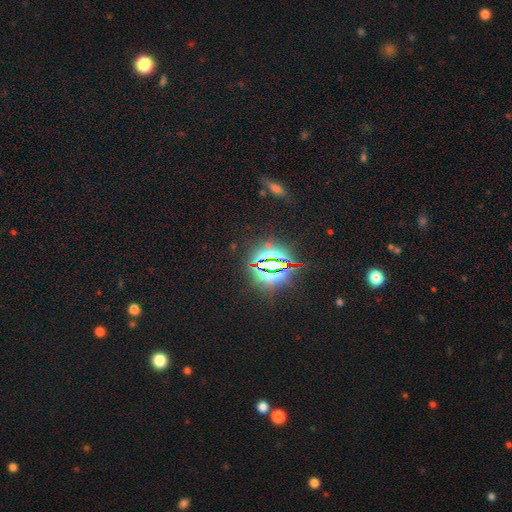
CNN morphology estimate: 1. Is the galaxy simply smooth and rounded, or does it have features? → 81% star or artifact, 10% smooth, 9% featured or disk.